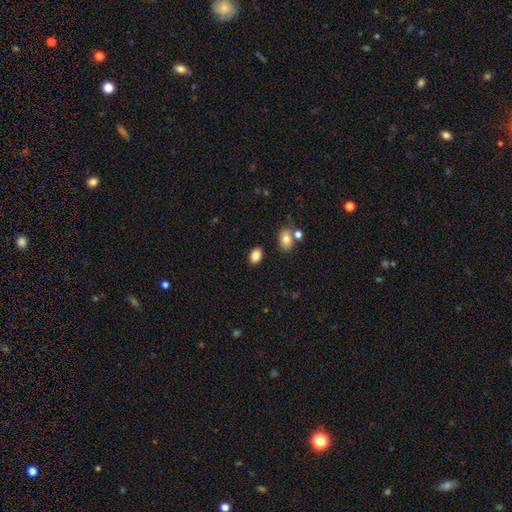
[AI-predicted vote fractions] smooth-or-featured: smooth: 85% | star or artifact: 9% | featured or disk: 6%
  how-rounded: in between: 78% | round: 21% | cigar-shaped: 1%
  merging: none: 83% | minor disturbance: 10% | merger: 5% | major disturbance: 3%